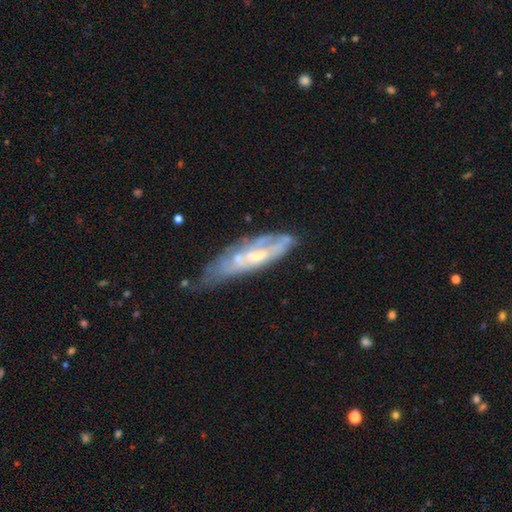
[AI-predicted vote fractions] Smooth or featured? featured or disk (63%)
Edge-on disk? no (69%)
Merging? none (42%)